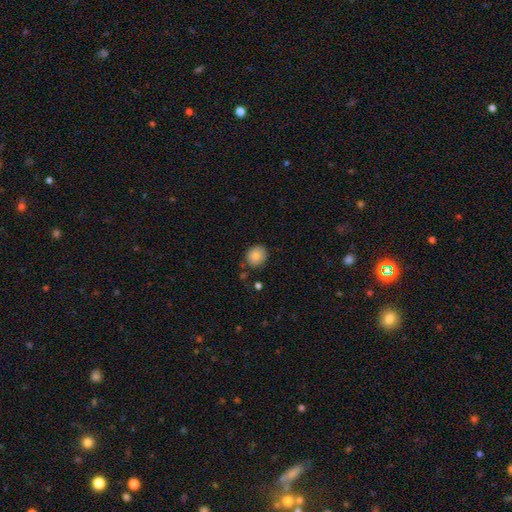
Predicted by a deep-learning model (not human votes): Smooth or featured?
  - smooth: 85% *
  - star or artifact: 9%
  - featured or disk: 6%
How rounded?
  - round: 76% *
  - in between: 23%
  - cigar-shaped: 1%
Merging?
  - none: 81% *
  - minor disturbance: 13%
  - merger: 3%
  - major disturbance: 3%